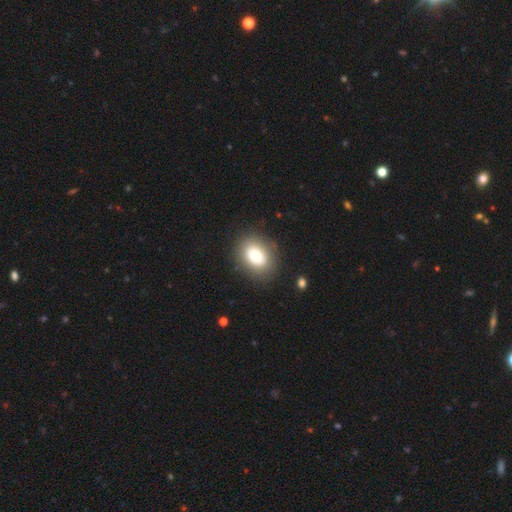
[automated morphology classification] smooth-or-featured: smooth: 76% | featured or disk: 15% | star or artifact: 9%
  how-rounded: in between: 65% | round: 34% | cigar-shaped: 1%
  merging: none: 85% | minor disturbance: 10% | major disturbance: 4% | merger: 2%